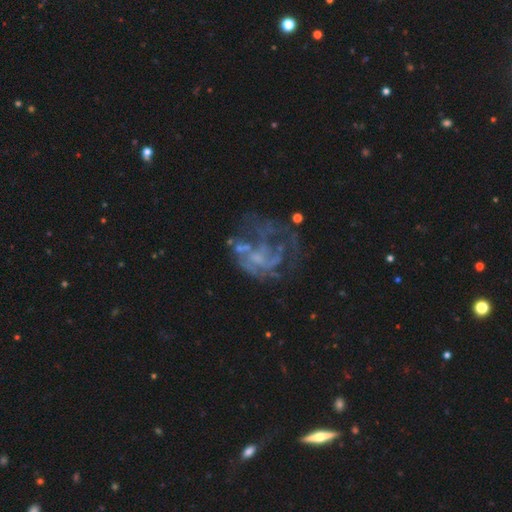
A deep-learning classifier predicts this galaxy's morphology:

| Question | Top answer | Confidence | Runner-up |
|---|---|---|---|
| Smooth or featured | featured or disk | 71% | star or artifact (17%) |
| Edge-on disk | no | 98% | yes (2%) |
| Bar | no | 78% | weak (19%) |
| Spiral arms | no | 50% | tied: yes (50%) |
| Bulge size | none | 57% | small (28%) |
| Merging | major disturbance | 42% | none (34%) |